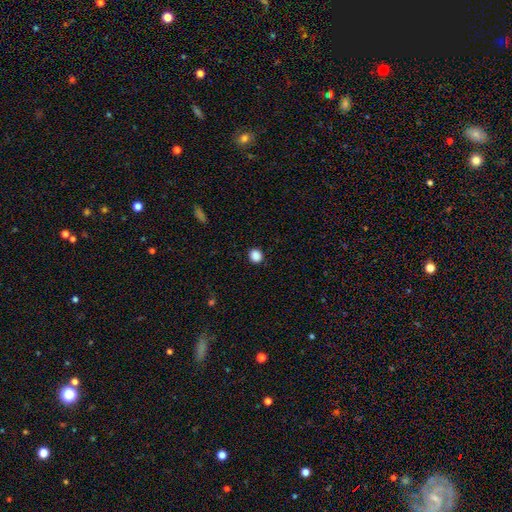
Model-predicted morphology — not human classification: The model was most divided on "how rounded": round: 80%, in between: 19%, cigar-shaped: 1%. More confident: merging — none (91%); smooth or featured — smooth (88%).